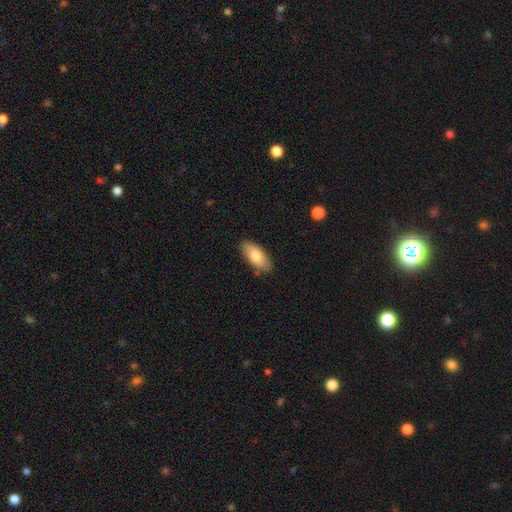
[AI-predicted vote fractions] This appears to be a smooth galaxy with no disk features (79%) that is in between round and cigar-shaped (86%). Merging: none (84%).